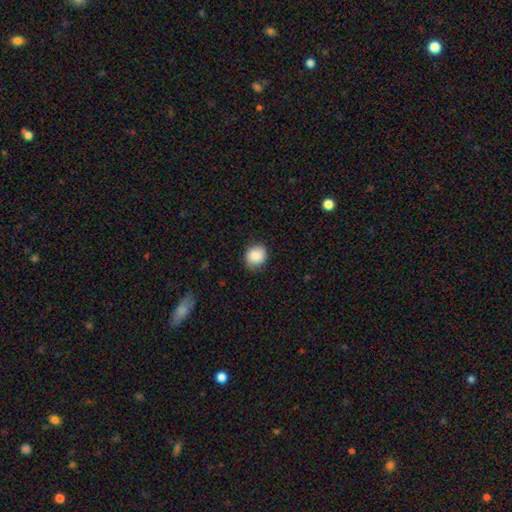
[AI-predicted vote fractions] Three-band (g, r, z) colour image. It shows a smooth galaxy with no disk features (87%) that is round (75%). Merging: none (85%).